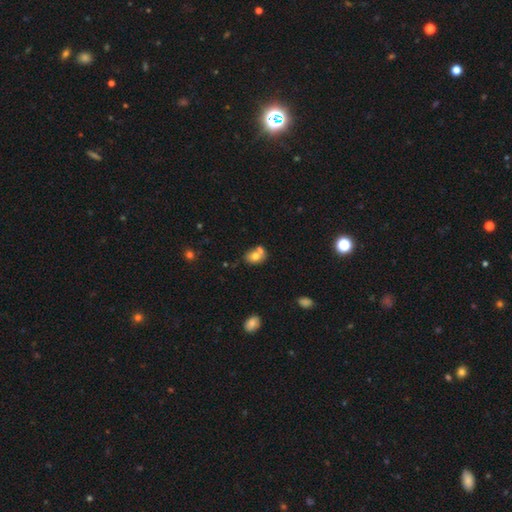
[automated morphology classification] smooth 73%, featured or disk 17%, star or artifact 10%. Down the decision tree: how rounded — in between (60%); merging — none (42%).